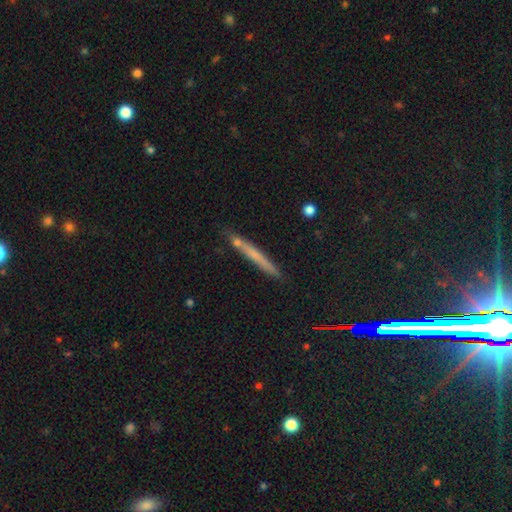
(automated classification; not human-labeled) This appears to be a smooth galaxy with no disk features (54%) that is cigar-shaped (96%). Merging: none (82%).